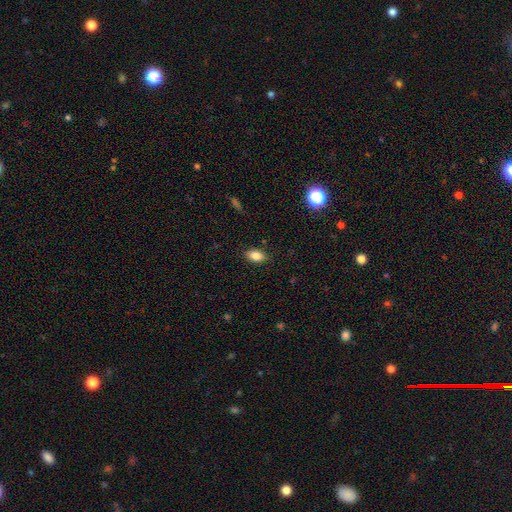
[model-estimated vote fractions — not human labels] Smooth or featured: smooth — 84% (star or artifact — 9%)
How rounded: in between — 88% (round — 9%)
Merging: none — 86% (minor disturbance — 10%)